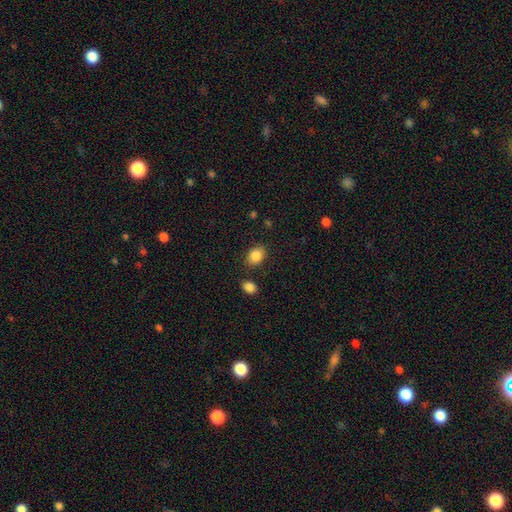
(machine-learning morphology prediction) This is clearly a smooth galaxy (87%). How rounded: likely in between (67%). Merging: clearly none (81%).